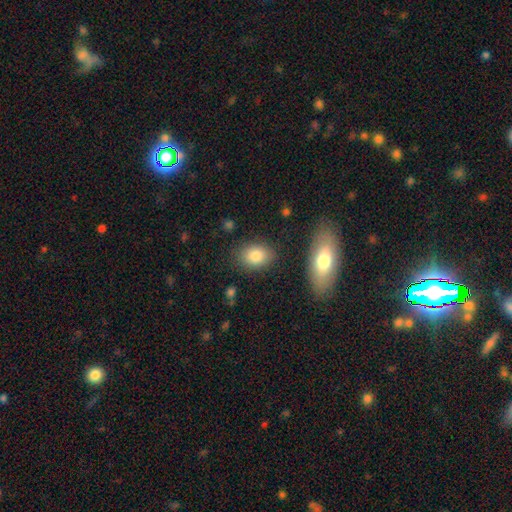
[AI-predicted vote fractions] Morphology: type=smooth (83%); roundness=in between (71%); merging=none (82%).